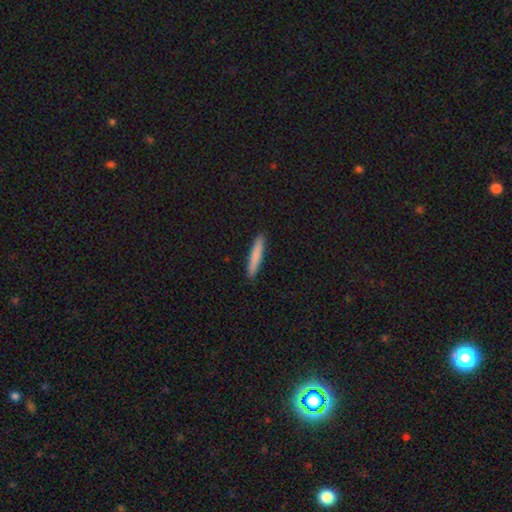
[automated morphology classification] The model was most divided on "smooth or featured": smooth: 82%, featured or disk: 12%, star or artifact: 6%. More confident: how rounded — cigar-shaped (94%); merging — none (92%).